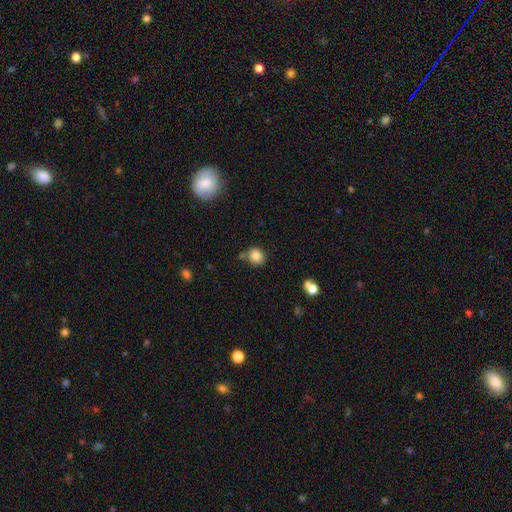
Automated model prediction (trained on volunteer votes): smooth-or-featured: smooth: 83% | star or artifact: 10% | featured or disk: 6%
  how-rounded: round: 75% | in between: 24% | cigar-shaped: 1%
  merging: none: 73% | minor disturbance: 12% | merger: 11% | major disturbance: 3%